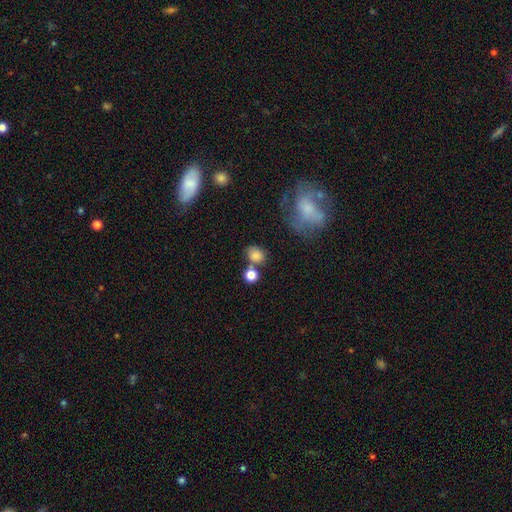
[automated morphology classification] type=smooth (80%); roundness=round (56%); merging=none (56%).